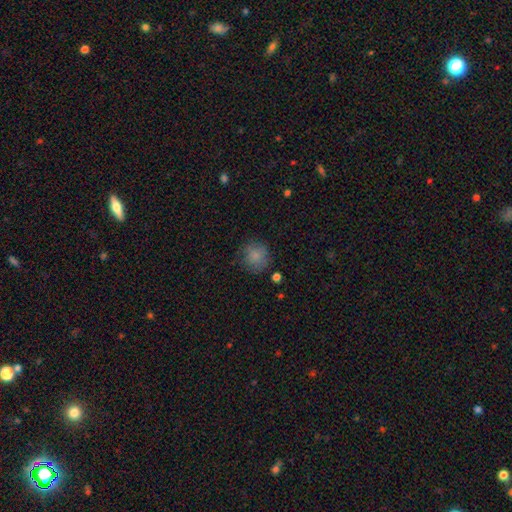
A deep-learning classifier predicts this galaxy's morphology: This appears to be a smooth galaxy with no disk features (81%) that is round (90%). Merging: none (75%).